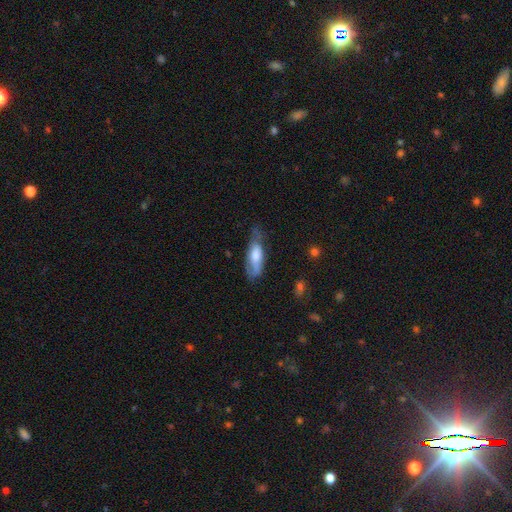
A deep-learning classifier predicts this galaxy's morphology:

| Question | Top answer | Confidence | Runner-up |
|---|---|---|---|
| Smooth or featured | smooth | 60% | featured or disk (33%) |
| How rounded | in between | 65% | cigar-shaped (33%) |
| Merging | none | 47% | minor disturbance (35%) |